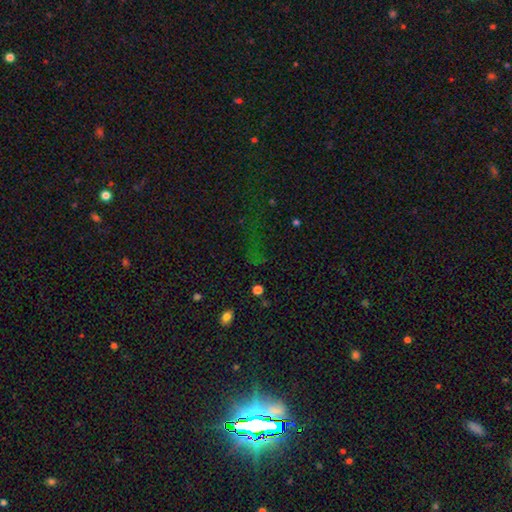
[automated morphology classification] Smooth or featured? Predicted: star or artifact (p=0.75).